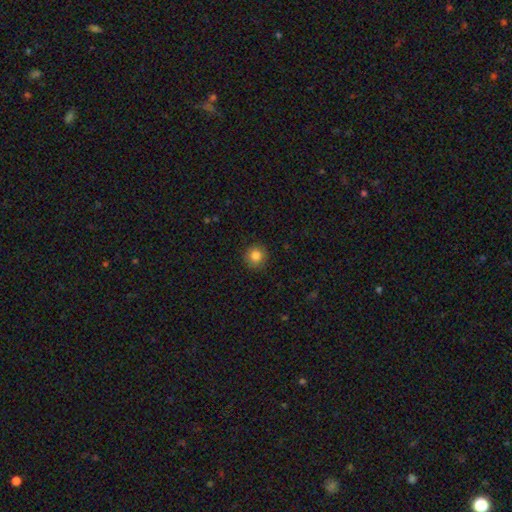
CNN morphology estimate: Smooth or featured?
  - smooth: 84% *
  - star or artifact: 10%
  - featured or disk: 6%
How rounded?
  - round: 94% *
  - in between: 6%
  - cigar-shaped: 1%
Merging?
  - none: 91% *
  - minor disturbance: 6%
  - major disturbance: 2%
  - merger: 1%